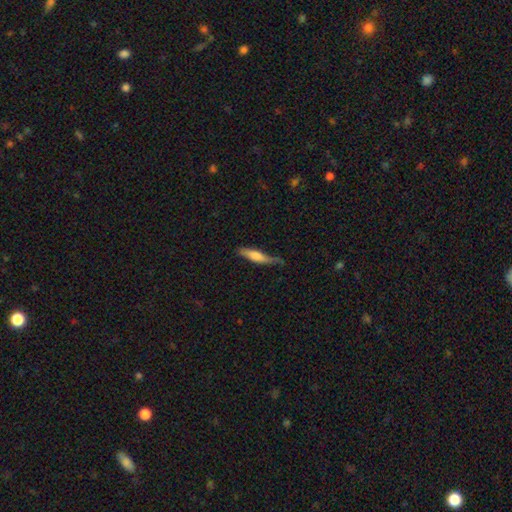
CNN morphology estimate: Overall: smooth (68%). How rounded: cigar-shaped (79%). Merging: none (54%; minor disturbance 35%).